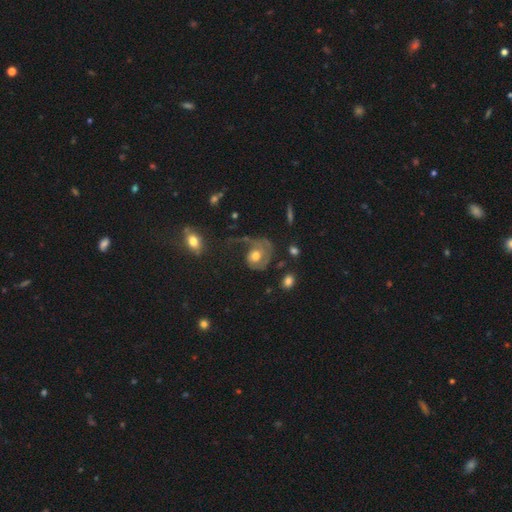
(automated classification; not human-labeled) smooth_or_featured: featured or disk (p=0.59) [alt: smooth p=0.33]
disk_edge_on: no (p=0.97) [alt: yes p=0.03]
bar: no (p=0.80) [alt: weak p=0.17]
has_spiral_arms: yes (p=0.68) [alt: no p=0.32]
bulge_size: moderate (p=0.66) [alt: large p=0.20]
merging: major disturbance (p=0.45) [alt: none p=0.32]